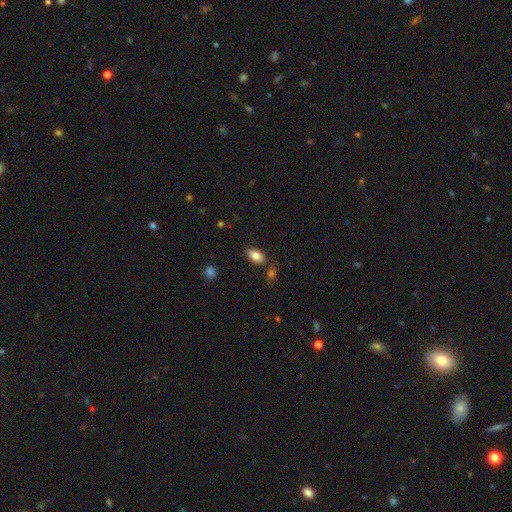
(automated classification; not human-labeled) Morphology: type=smooth (83%); roundness=in between (93%); merging=none (79%).